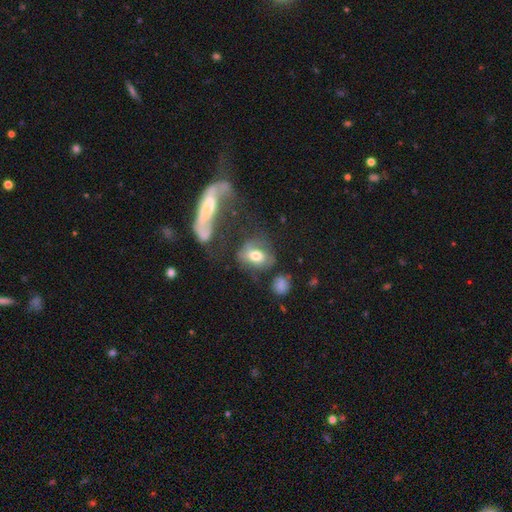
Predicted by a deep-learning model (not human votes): This appears to be a smooth galaxy with no disk features (61%) that is in between round and cigar-shaped (71%). Merging: none (42%).